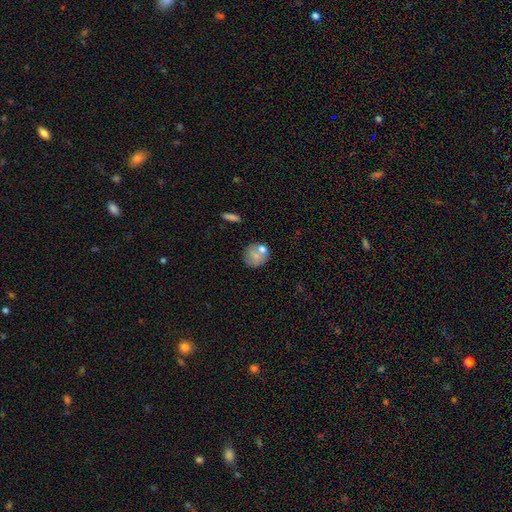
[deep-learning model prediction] smooth-or-featured: smooth: 69% | featured or disk: 23% | star or artifact: 9%
  how-rounded: round: 84% | in between: 15% | cigar-shaped: 1%
  merging: none: 60% | merger: 20% | minor disturbance: 15% | major disturbance: 5%